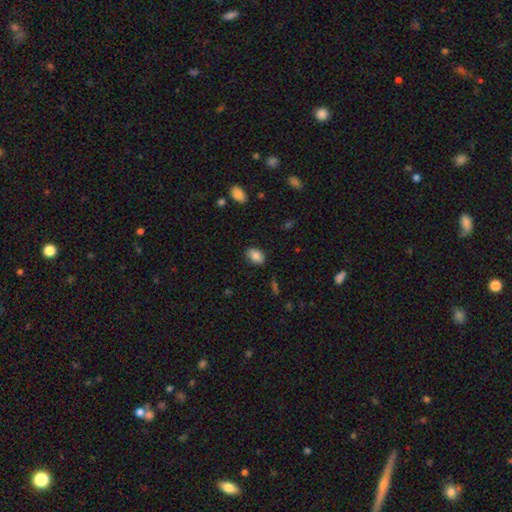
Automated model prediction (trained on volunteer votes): This is clearly a smooth galaxy (83%). How rounded: clearly in between (83%). Merging: clearly none (82%).